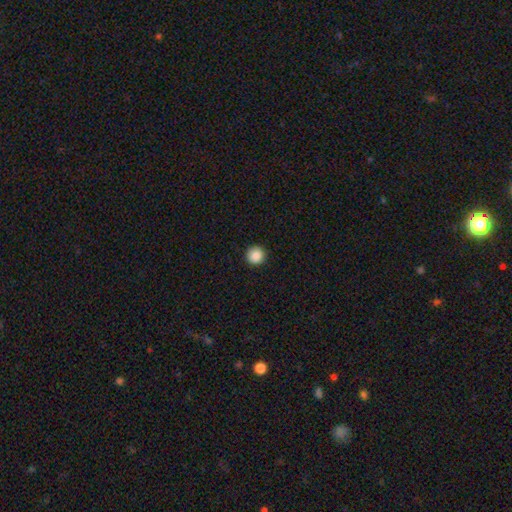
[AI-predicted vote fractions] This is clearly a smooth galaxy (88%). How rounded: clearly round (96%). Merging: clearly none (93%).